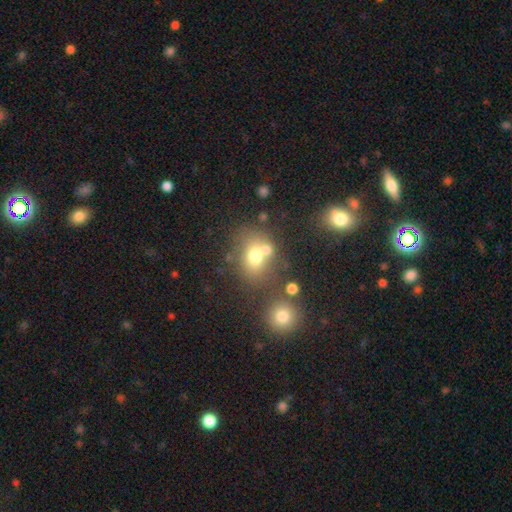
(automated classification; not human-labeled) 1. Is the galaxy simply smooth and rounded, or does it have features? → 69% smooth, 16% star or artifact, 15% featured or disk.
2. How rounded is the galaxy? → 57% round, 42% in between, 1% cigar-shaped.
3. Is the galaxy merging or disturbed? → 52% none, 29% merger, 13% minor disturbance, 7% major disturbance.